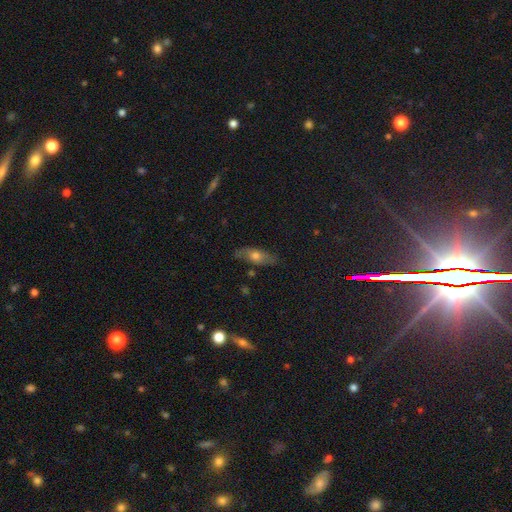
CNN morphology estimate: Smooth or featured? Predicted: smooth (p=0.53). How rounded? Predicted: in between (p=0.63). Merging? Predicted: none (p=0.75).